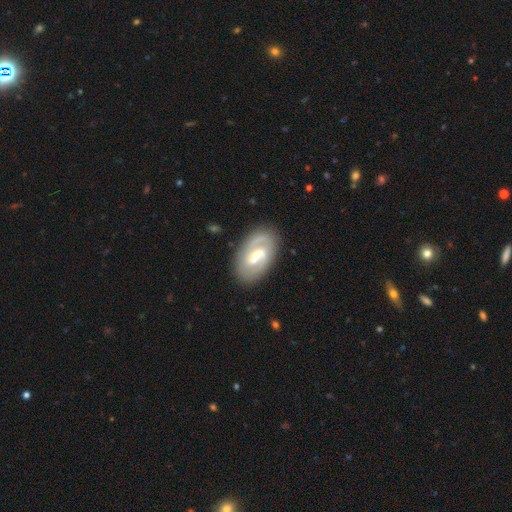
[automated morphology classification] The model was most divided on "bulge size" (2-way tie): moderate: 46%, small: 46%, large: 4%, none: 3%, dominant: 1%. Remaining: edge-on disk — no (96%); spiral arms — yes (90%); smooth or featured — featured or disk (80%); merging — none (79%); spiral arm count — 2 (75%); bar — weak (52%); spiral winding — medium (45%).